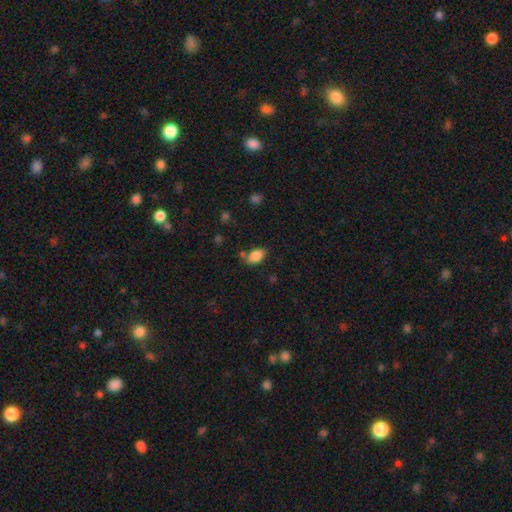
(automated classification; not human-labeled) Smooth or featured? smooth (85%)
How rounded? in between (90%)
Merging? none (70%)